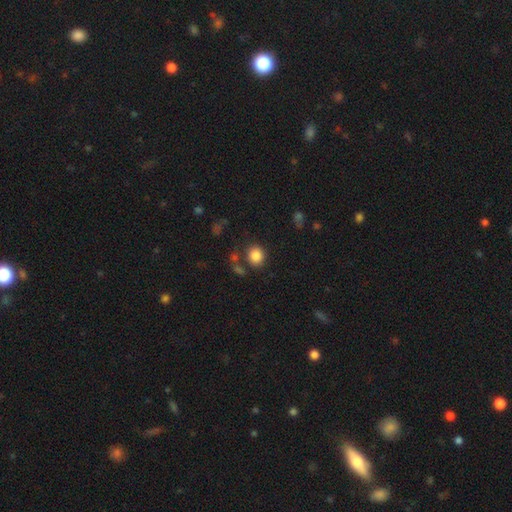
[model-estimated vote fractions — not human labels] The model was most divided on "how rounded": round: 76%, in between: 23%, cigar-shaped: 1%. More confident: smooth or featured — smooth (84%); merging — none (77%).